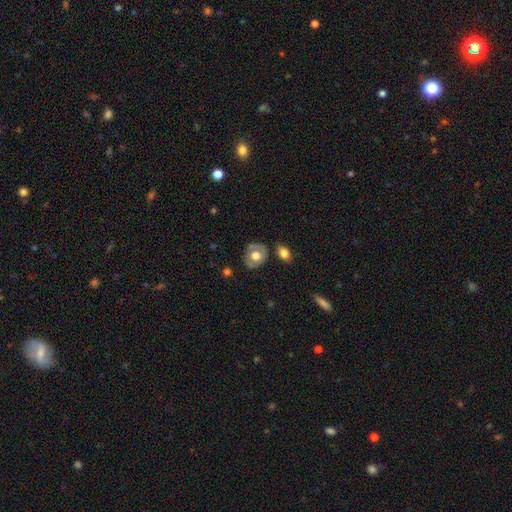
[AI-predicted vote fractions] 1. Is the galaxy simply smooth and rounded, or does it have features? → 49% smooth, 44% featured or disk, 7% star or artifact.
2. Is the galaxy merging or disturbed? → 73% none, 16% minor disturbance, 6% major disturbance, 5% merger.